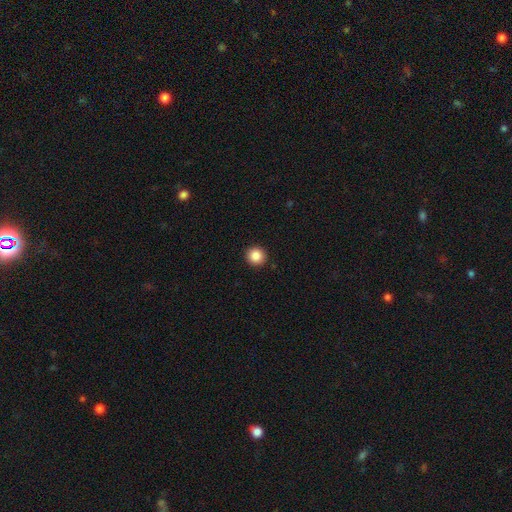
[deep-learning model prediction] The model was most divided on "smooth or featured": smooth: 87%, star or artifact: 9%, featured or disk: 4%. More confident: how rounded — round (94%); merging — none (93%).